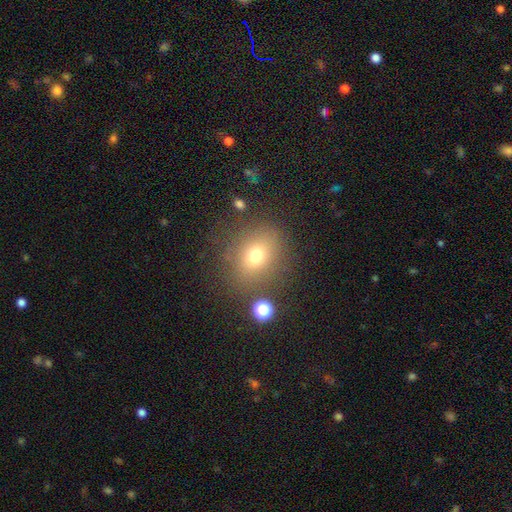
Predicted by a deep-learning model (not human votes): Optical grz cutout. It shows a smooth galaxy with no disk features (70%) that is round (61%). Merging: none (78%).